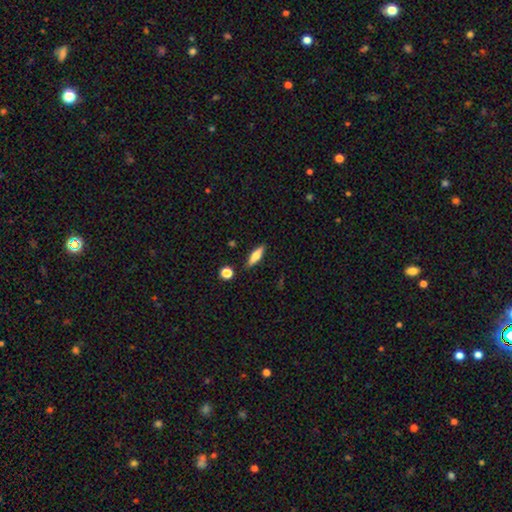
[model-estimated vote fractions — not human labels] This appears to be a smooth galaxy with no disk features (64%) that is cigar-shaped (57%). Merging: none (87%).